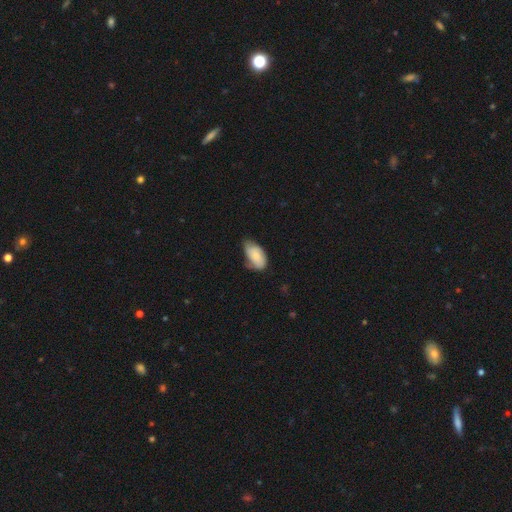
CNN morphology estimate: Q: Smooth or featured?
A: smooth (76%); runner-up: featured or disk (18%)
Q: How rounded?
A: in between (94%); runner-up: round (3%)
Q: Merging?
A: minor disturbance (45%); runner-up: none (40%)